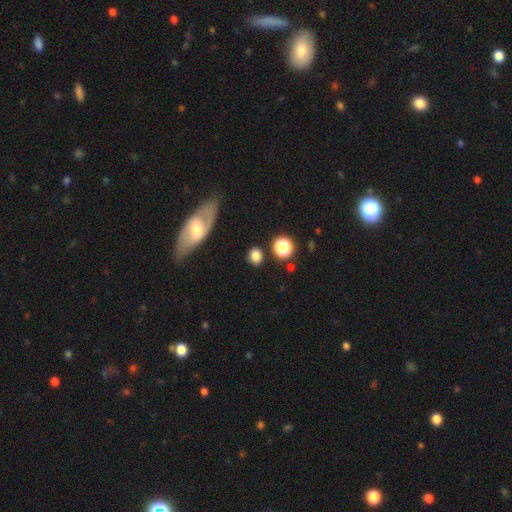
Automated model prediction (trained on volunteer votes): The model was most divided on "how rounded": round: 62%, in between: 36%, cigar-shaped: 2%. More confident: merging — none (81%); smooth or featured — smooth (80%).